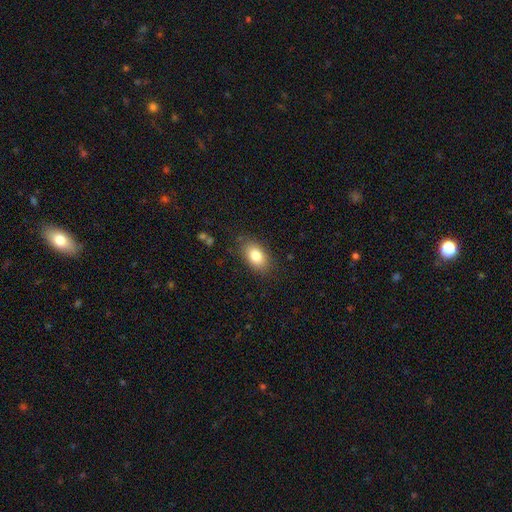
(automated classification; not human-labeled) Smooth or featured?
  - smooth: 82% *
  - featured or disk: 10%
  - star or artifact: 8%
How rounded?
  - in between: 89% *
  - round: 9%
  - cigar-shaped: 2%
Merging?
  - none: 82% *
  - minor disturbance: 13%
  - major disturbance: 3%
  - merger: 1%